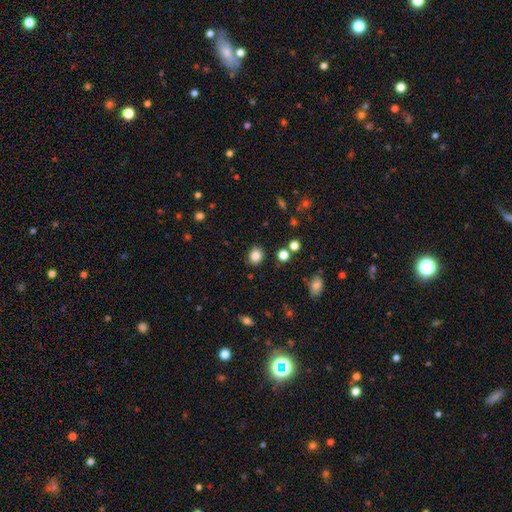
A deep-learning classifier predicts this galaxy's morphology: The model was most divided on "how rounded": round: 67%, in between: 32%, cigar-shaped: 1%. More confident: merging — none (85%); smooth or featured — smooth (84%).